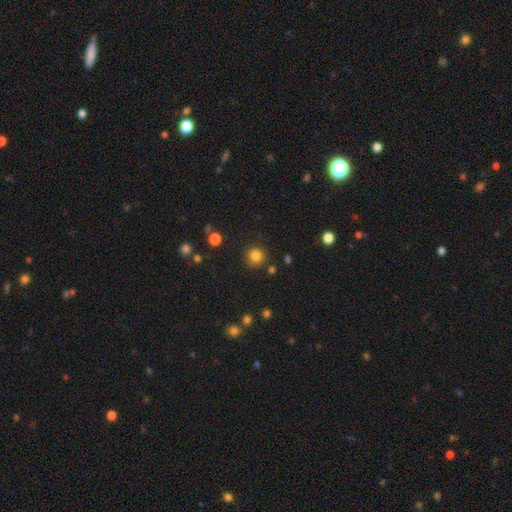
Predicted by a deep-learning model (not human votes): This is clearly a smooth galaxy (83%). How rounded: clearly round (92%). Merging: clearly none (85%).